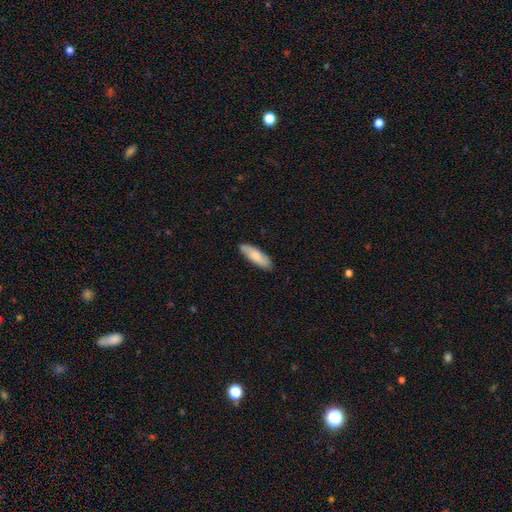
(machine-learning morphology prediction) A smooth galaxy with no disk features (78%) that is in between round and cigar-shaped (52%).

Vote fractions:
- Smooth or featured? smooth: 78% / featured or disk: 16% / star or artifact: 5%
- How rounded? in between: 52% / cigar-shaped: 46% / round: 2%
- Merging? none: 86% / minor disturbance: 11% / major disturbance: 2% / merger: 1%